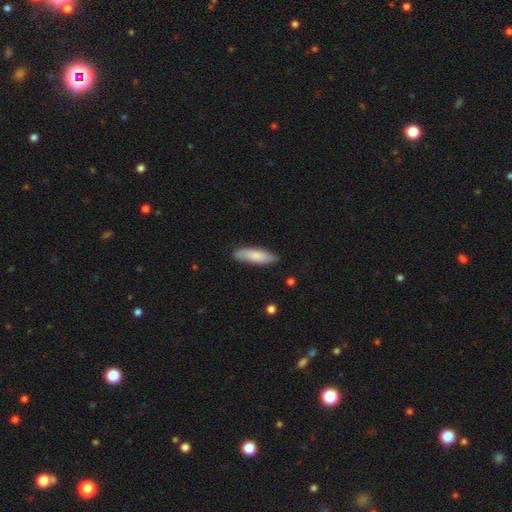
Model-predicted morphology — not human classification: This is likely a smooth galaxy (79%). How rounded: likely cigar-shaped (60%). Merging: clearly none (84%).